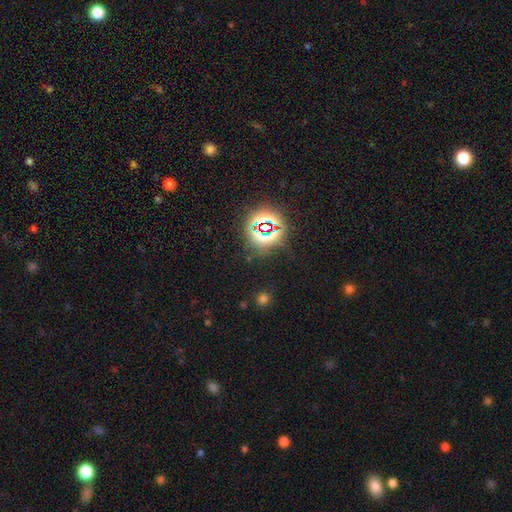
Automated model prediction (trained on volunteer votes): star or artifact 78%, smooth 15%, featured or disk 7%.